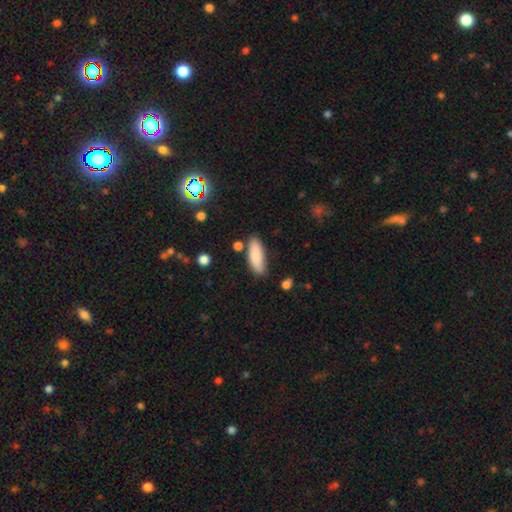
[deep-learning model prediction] Overall: smooth (85%). How rounded: in between (65%; cigar-shaped 33%). Merging: none (78%).